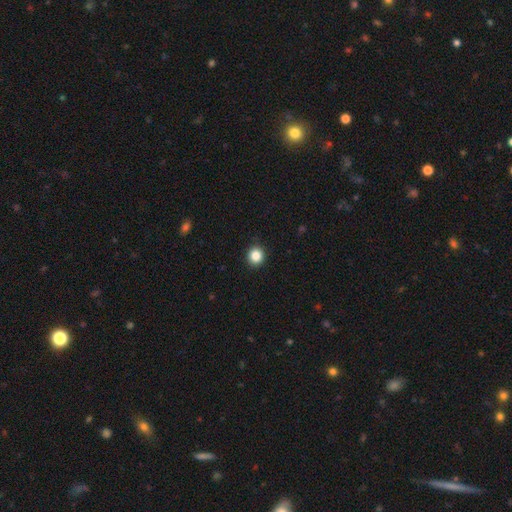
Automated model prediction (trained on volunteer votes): The model was most divided on "smooth or featured": smooth: 86%, star or artifact: 10%, featured or disk: 4%. More confident: merging — none (91%); how rounded — round (88%).